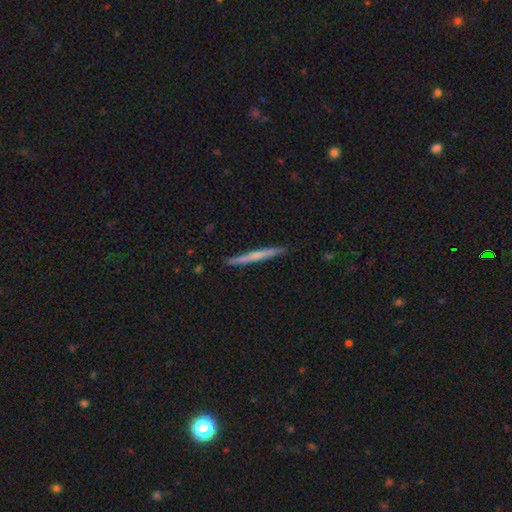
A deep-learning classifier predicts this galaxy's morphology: smooth 49%, featured or disk 46%, star or artifact 6%. Down the decision tree: merging — none (90%).